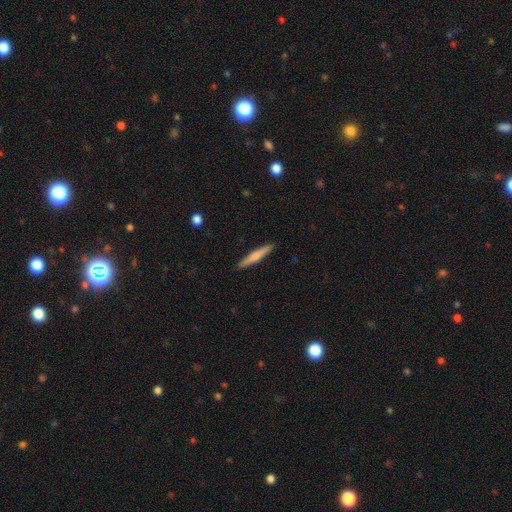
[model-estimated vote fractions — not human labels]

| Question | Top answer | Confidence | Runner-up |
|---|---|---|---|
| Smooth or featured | smooth | 61% | featured or disk (33%) |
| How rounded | cigar-shaped | 94% | in between (5%) |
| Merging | none | 91% | minor disturbance (6%) |